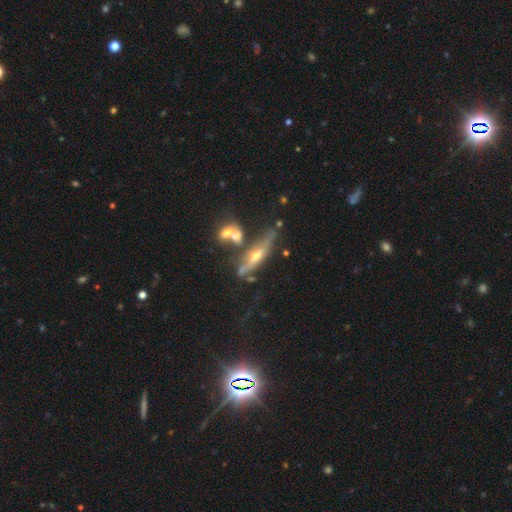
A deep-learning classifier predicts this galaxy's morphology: smooth-or-featured: featured or disk: 66% | smooth: 24% | star or artifact: 10%
  disk-edge-on: yes: 73% | no: 27%
  merging: none: 42% | merger: 28% | minor disturbance: 19% | major disturbance: 12%